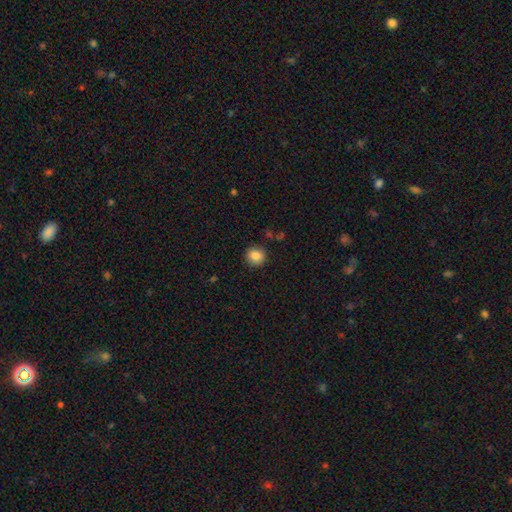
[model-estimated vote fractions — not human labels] Morphology: type=smooth (86%); roundness=round (88%); merging=none (89%).